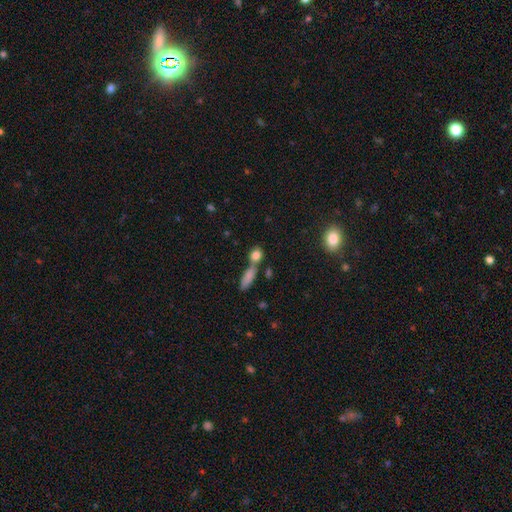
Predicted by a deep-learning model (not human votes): Q: Smooth or featured?
A: smooth (81%); runner-up: star or artifact (11%)
Q: How rounded?
A: round (55%); runner-up: in between (34%)
Q: Merging?
A: none (50%); runner-up: merger (36%)